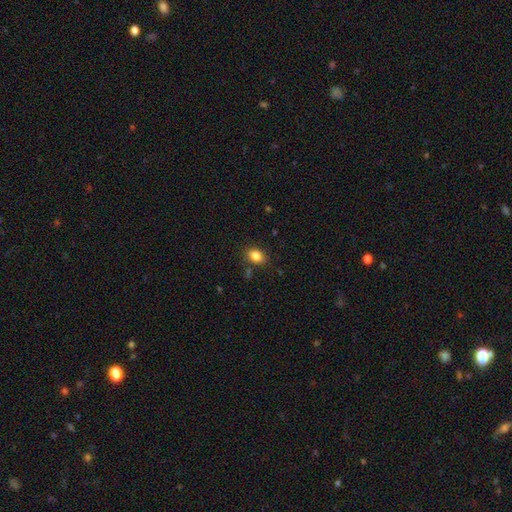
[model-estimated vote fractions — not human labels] This is clearly a smooth galaxy (84%). How rounded: likely in between (66%). Merging: clearly none (80%).